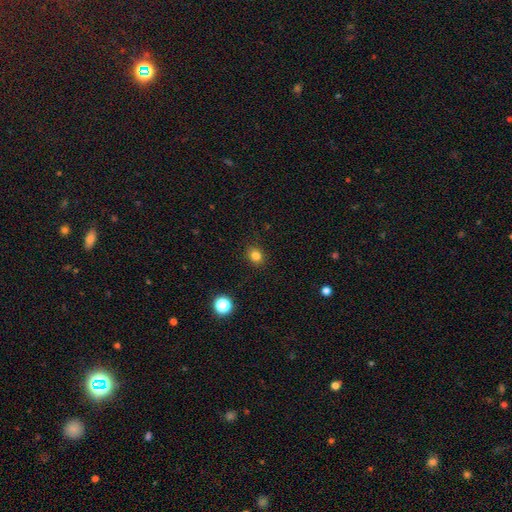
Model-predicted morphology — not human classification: Overall: smooth (81%). How rounded: round (72%). Merging: none (89%).